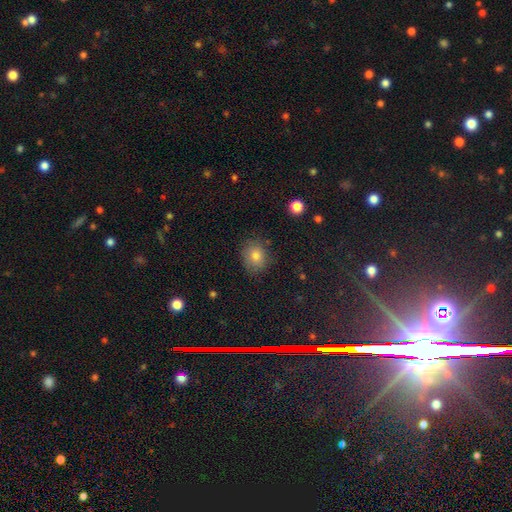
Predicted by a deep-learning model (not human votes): Morphology: type=smooth (80%); roundness=round (74%); merging=none (80%).